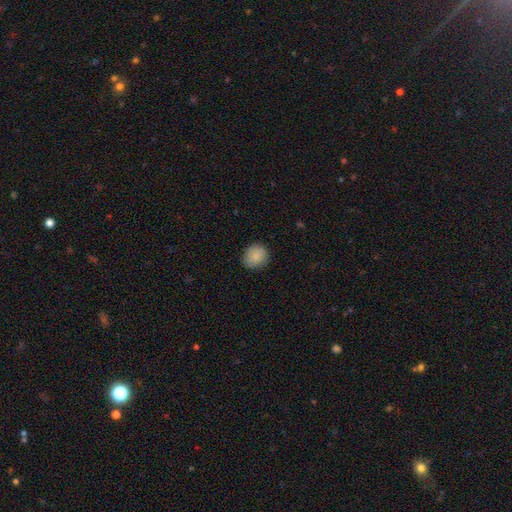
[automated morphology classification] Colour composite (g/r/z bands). It shows a smooth galaxy with no disk features (87%) that is round (81%). Merging: none (86%).